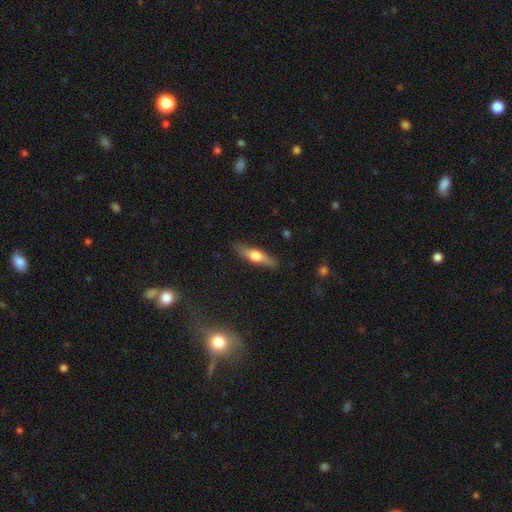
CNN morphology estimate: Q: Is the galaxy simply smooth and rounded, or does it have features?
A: featured or disk — 47%, tied with smooth.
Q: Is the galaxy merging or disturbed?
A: none — 86%.